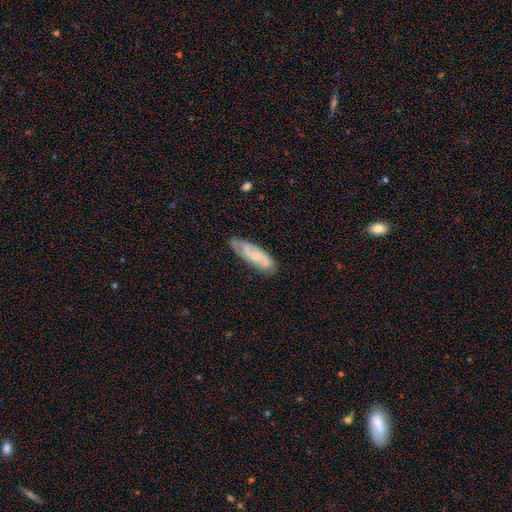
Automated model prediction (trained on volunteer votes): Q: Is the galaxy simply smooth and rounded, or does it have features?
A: featured or disk — 62%.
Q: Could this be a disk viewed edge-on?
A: no — 85%.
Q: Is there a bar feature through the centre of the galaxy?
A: no — 58%.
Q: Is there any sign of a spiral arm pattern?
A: yes — 84%.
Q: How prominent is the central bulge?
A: small — 63%.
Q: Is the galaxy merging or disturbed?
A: none — 76%.